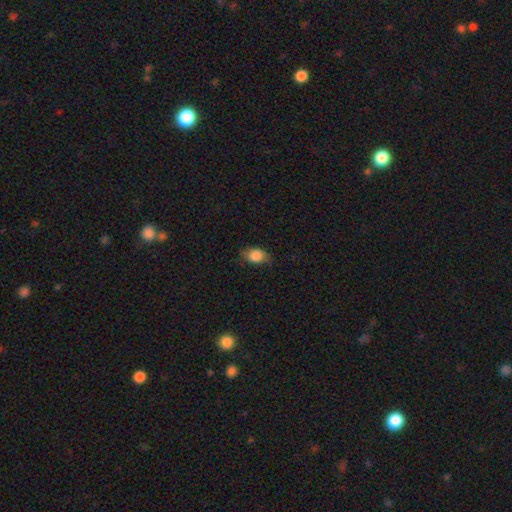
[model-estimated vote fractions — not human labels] smooth 85%, star or artifact 8%, featured or disk 7%. Down the decision tree: how rounded — in between (76%); merging — none (71%).